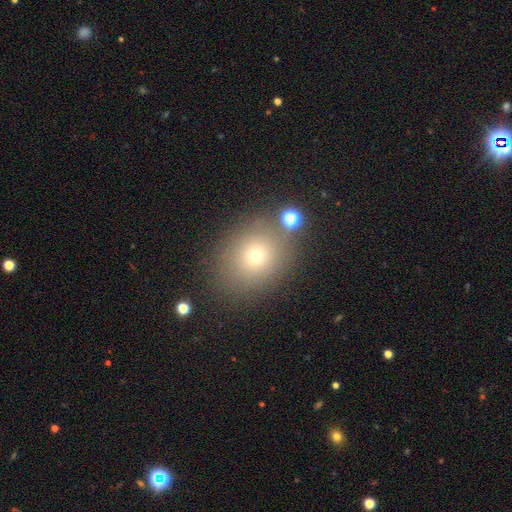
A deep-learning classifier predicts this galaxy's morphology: This is likely a smooth galaxy (68%). How rounded: possibly round (59%). Merging: likely none (79%).